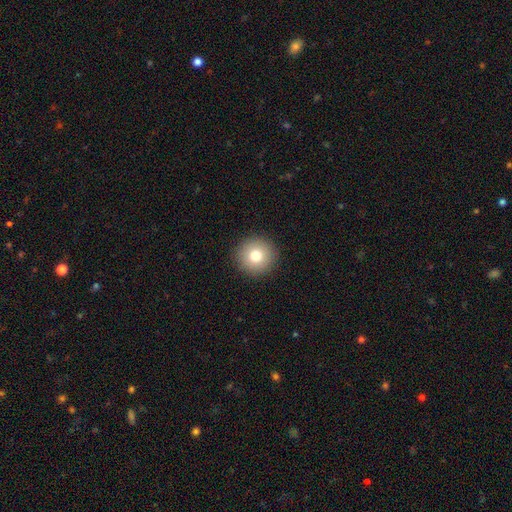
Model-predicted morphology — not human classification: A smooth galaxy with no disk features (78%) that is round (95%).

Vote fractions:
- Smooth or featured? smooth: 78% / featured or disk: 11% / star or artifact: 11%
- How rounded? round: 95% / in between: 4% / cigar-shaped: 1%
- Merging? none: 92% / minor disturbance: 5% / major disturbance: 2% / merger: 1%